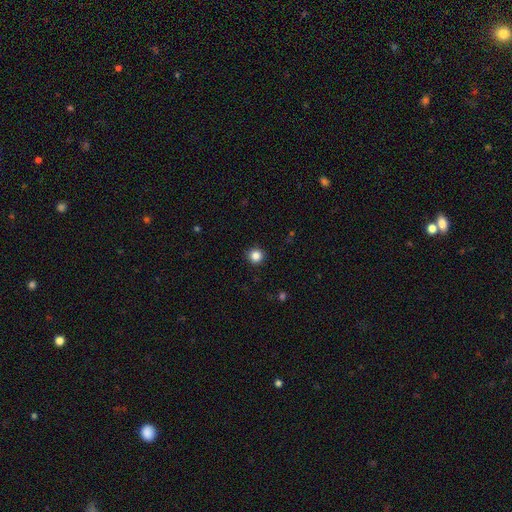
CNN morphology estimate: Smooth or featured?
  - smooth: 85% *
  - star or artifact: 11%
  - featured or disk: 4%
How rounded?
  - round: 95% *
  - in between: 4%
  - cigar-shaped: 1%
Merging?
  - none: 92% *
  - minor disturbance: 5%
  - major disturbance: 2%
  - merger: 1%